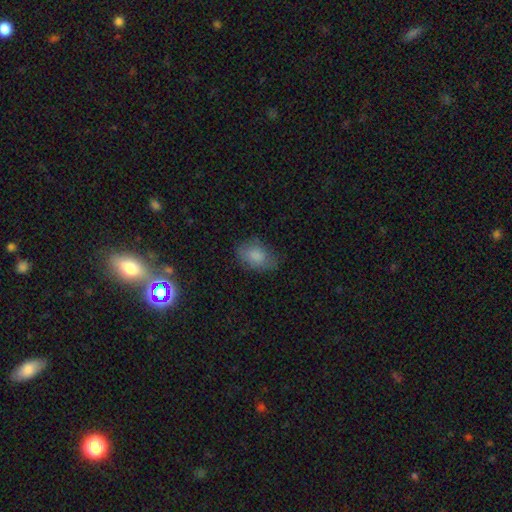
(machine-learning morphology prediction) A smooth galaxy with no disk features (83%) that is in between round and cigar-shaped (84%).

Vote fractions:
- Smooth or featured? smooth: 83% / featured or disk: 9% / star or artifact: 8%
- How rounded? in between: 84% / round: 14% / cigar-shaped: 1%
- Merging? none: 69% / minor disturbance: 22% / major disturbance: 7% / merger: 1%